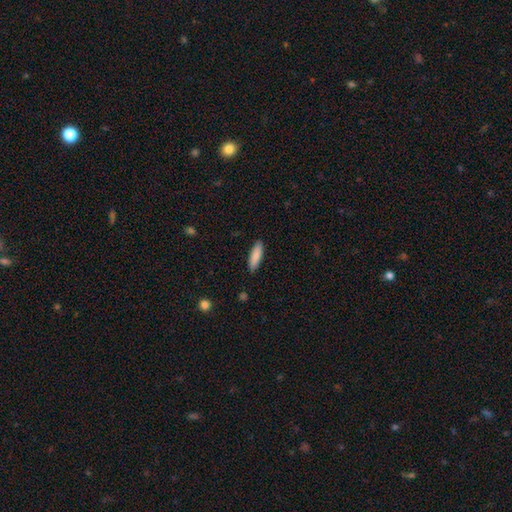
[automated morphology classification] Smooth or featured?
  - smooth: 87% *
  - featured or disk: 7%
  - star or artifact: 6%
How rounded?
  - cigar-shaped: 57% *
  - in between: 42%
  - round: 1%
Merging?
  - none: 88% *
  - minor disturbance: 9%
  - major disturbance: 2%
  - merger: 1%